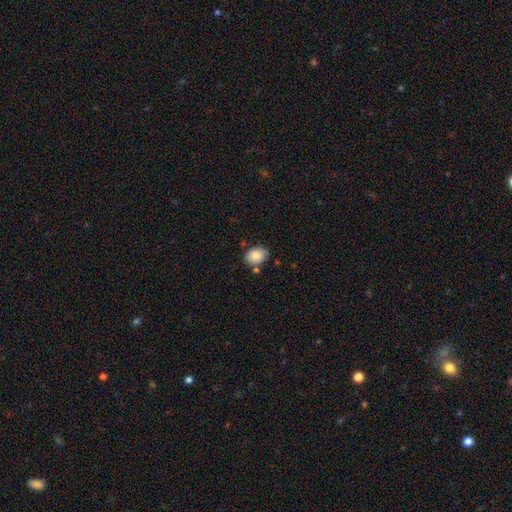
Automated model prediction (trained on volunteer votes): Smooth or featured?
  - smooth: 86% *
  - star or artifact: 8%
  - featured or disk: 6%
How rounded?
  - in between: 68% *
  - round: 31%
  - cigar-shaped: 1%
Merging?
  - none: 74% *
  - minor disturbance: 15%
  - merger: 7%
  - major disturbance: 3%